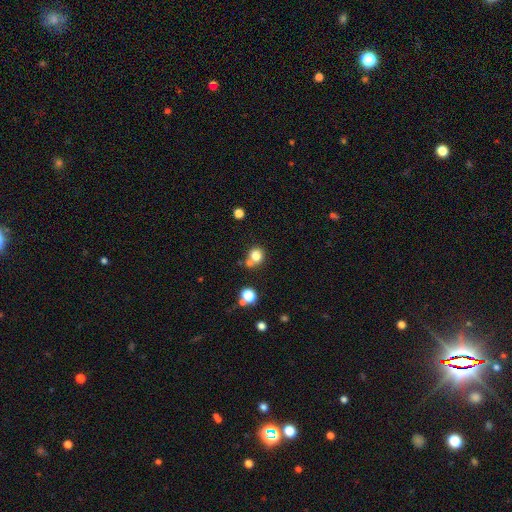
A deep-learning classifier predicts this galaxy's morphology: Q: Smooth or featured?
A: smooth (79%); runner-up: star or artifact (13%)
Q: How rounded?
A: round (84%); runner-up: in between (15%)
Q: Merging?
A: none (58%); runner-up: merger (26%)